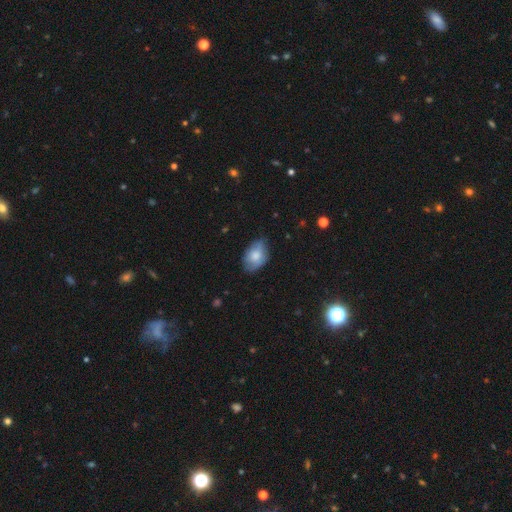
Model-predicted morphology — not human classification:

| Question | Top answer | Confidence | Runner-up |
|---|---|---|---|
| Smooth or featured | smooth | 72% | featured or disk (21%) |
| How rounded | in between | 85% | round (13%) |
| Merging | none | 65% | minor disturbance (28%) |